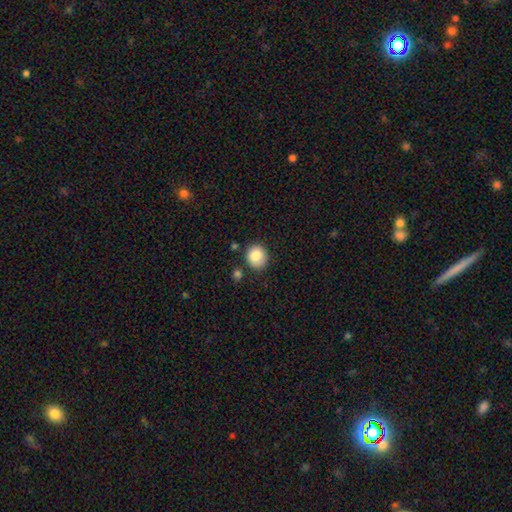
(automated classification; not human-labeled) Smooth or featured: smooth — 84% (star or artifact — 9%)
How rounded: round — 80% (in between — 19%)
Merging: none — 80% (minor disturbance — 13%)